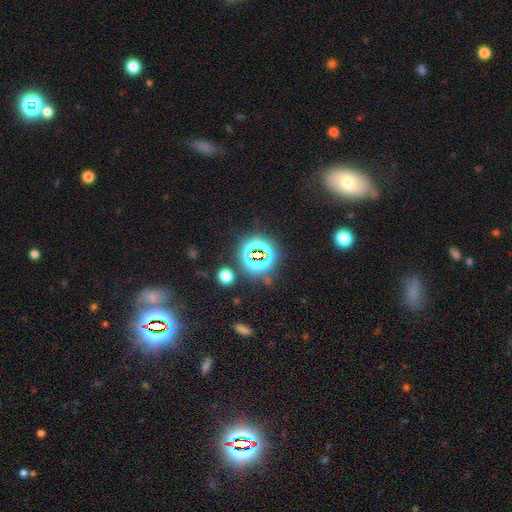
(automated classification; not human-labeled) Smooth or featured?
  - star or artifact: 71% *
  - smooth: 20%
  - featured or disk: 9%